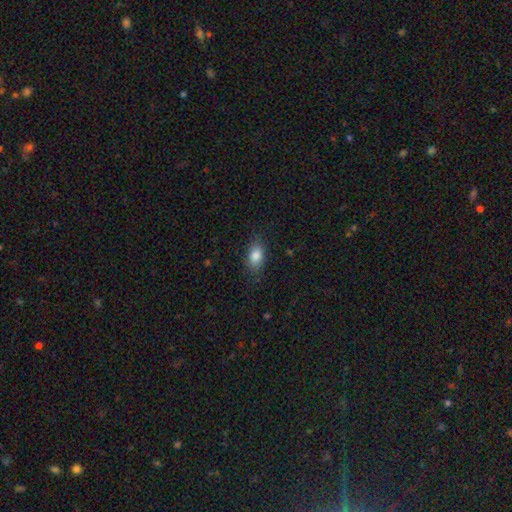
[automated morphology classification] The model was most divided on "merging": none: 81%, minor disturbance: 14%, major disturbance: 4%, merger: 1%. More confident: how rounded — in between (87%); smooth or featured — smooth (84%).